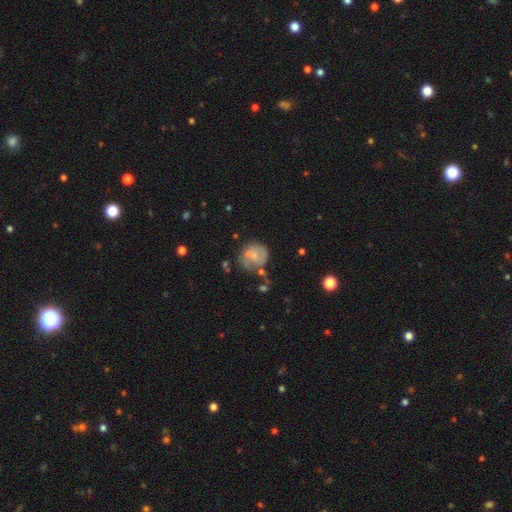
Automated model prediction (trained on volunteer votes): A featured or disk galaxy (52%) with no bar (69%), spiral arms (61%) and a small central bulge (52%). Merging: none (45%).